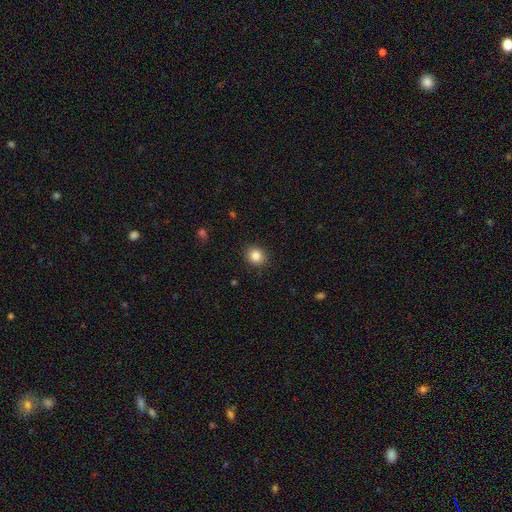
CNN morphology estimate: Smooth or featured?
  - smooth: 85% *
  - star or artifact: 10%
  - featured or disk: 5%
How rounded?
  - round: 71% *
  - in between: 28%
  - cigar-shaped: 1%
Merging?
  - none: 89% *
  - minor disturbance: 8%
  - major disturbance: 2%
  - merger: 1%